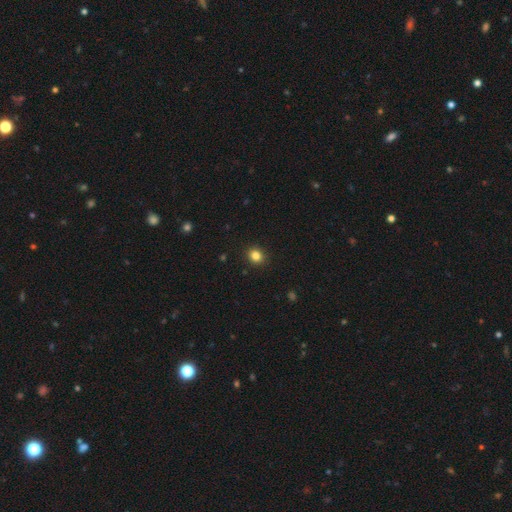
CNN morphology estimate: A smooth galaxy with no disk features (83%) that is round (79%).

Vote fractions:
- Smooth or featured? smooth: 83% / star or artifact: 12% / featured or disk: 5%
- How rounded? round: 79% / in between: 20% / cigar-shaped: 1%
- Merging? none: 91% / minor disturbance: 6% / major disturbance: 2% / merger: 1%